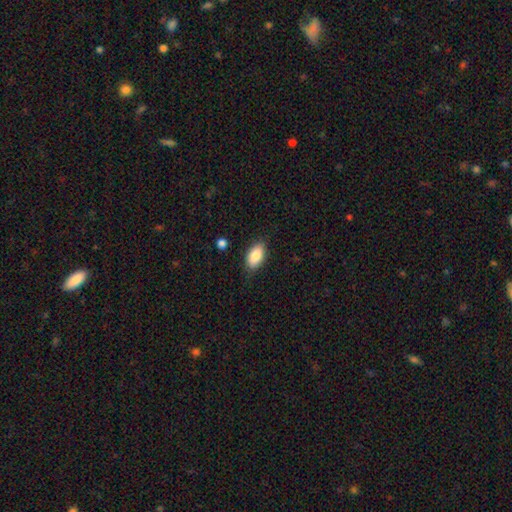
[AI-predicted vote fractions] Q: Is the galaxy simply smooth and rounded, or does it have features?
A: smooth — 86%.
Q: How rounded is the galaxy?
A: in between — 92%.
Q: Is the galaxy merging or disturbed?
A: none — 81%.